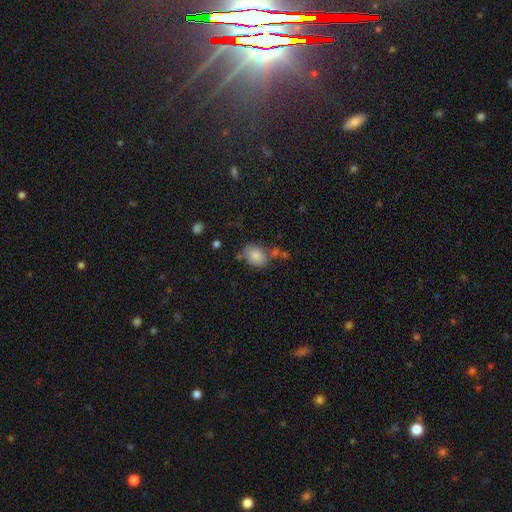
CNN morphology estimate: This is clearly a smooth galaxy (84%). How rounded: likely in between (67%). Merging: likely none (64%).